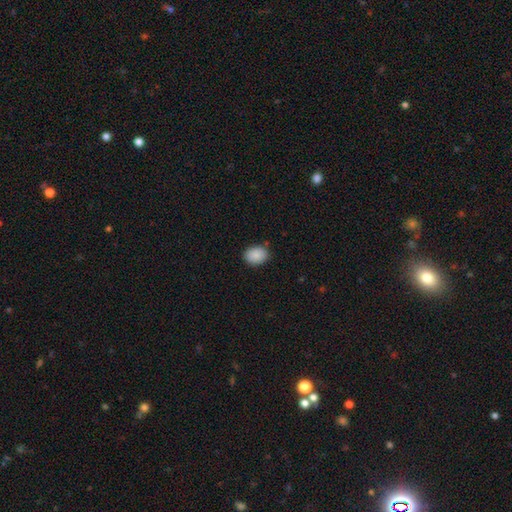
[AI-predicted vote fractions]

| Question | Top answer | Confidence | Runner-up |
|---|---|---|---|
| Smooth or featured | smooth | 89% | star or artifact (7%) |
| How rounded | in between | 68% | round (31%) |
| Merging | none | 84% | minor disturbance (12%) |